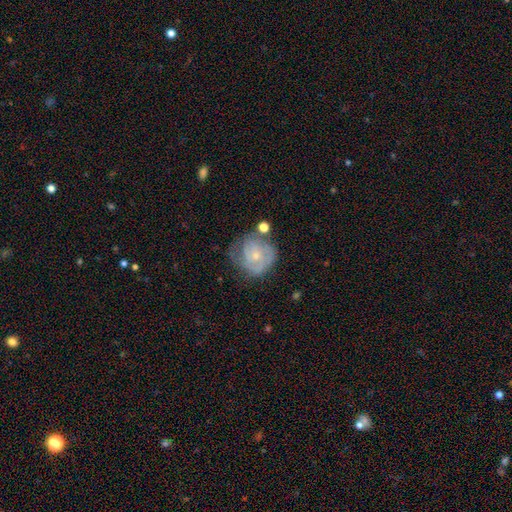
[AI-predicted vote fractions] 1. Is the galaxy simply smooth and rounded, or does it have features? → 73% featured or disk, 20% smooth, 7% star or artifact.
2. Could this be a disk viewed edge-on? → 98% no, 2% yes.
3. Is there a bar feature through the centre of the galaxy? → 73% no, 23% weak, 4% strong.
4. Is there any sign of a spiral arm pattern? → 88% yes, 12% no.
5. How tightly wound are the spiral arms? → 61% tight, 29% medium, 9% loose.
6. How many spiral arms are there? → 34% can't tell, 30% 2, 20% 3, 7% 1, 5% 4, 3% more than 4.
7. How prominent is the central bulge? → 70% small, 24% moderate, 3% none, 1% large, 1% dominant.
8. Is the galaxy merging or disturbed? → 52% none, 27% minor disturbance, 15% major disturbance, 6% merger.